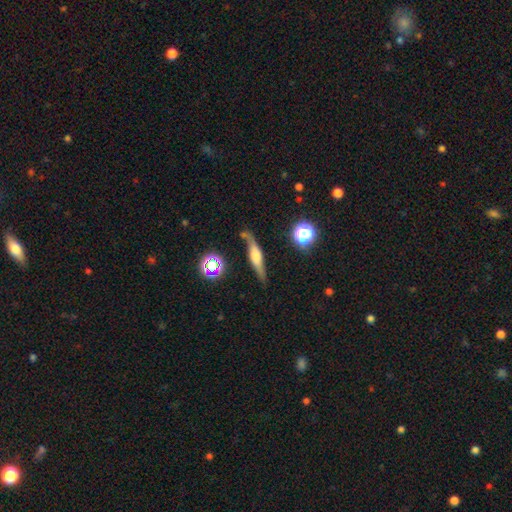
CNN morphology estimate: Smooth or featured: featured or disk — 60% (smooth — 31%)
Edge-on disk: yes — 82% (no — 18%)
Merging: none — 69% (minor disturbance — 20%)